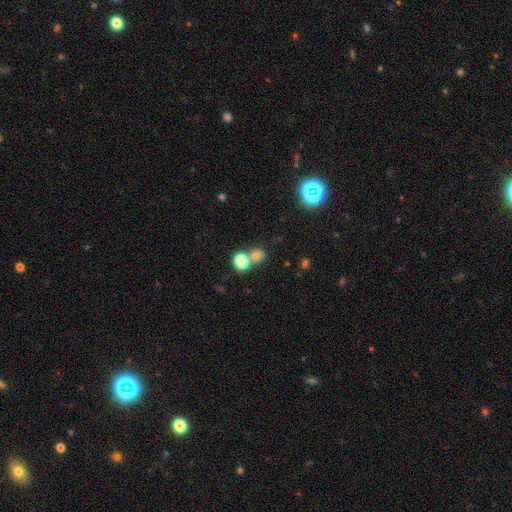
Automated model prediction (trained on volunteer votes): A smooth galaxy with no disk features (73%) that is round (78%).

Vote fractions:
- Smooth or featured? smooth: 73% / star or artifact: 18% / featured or disk: 9%
- How rounded? round: 78% / in between: 21% / cigar-shaped: 1%
- Merging? none: 50% / merger: 38% / minor disturbance: 8% / major disturbance: 4%